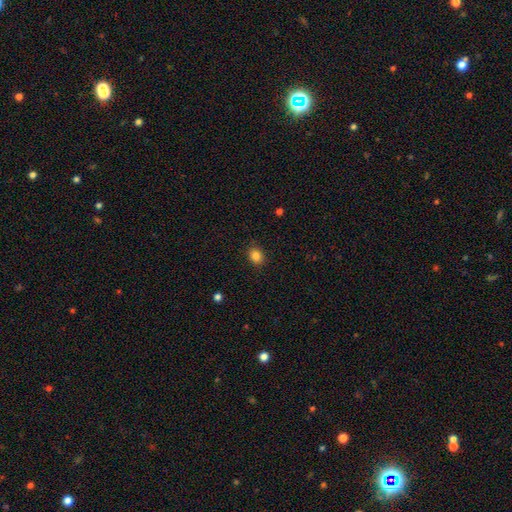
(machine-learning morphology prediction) This is clearly a smooth galaxy (85%). How rounded: likely round (62%). Merging: clearly none (88%).